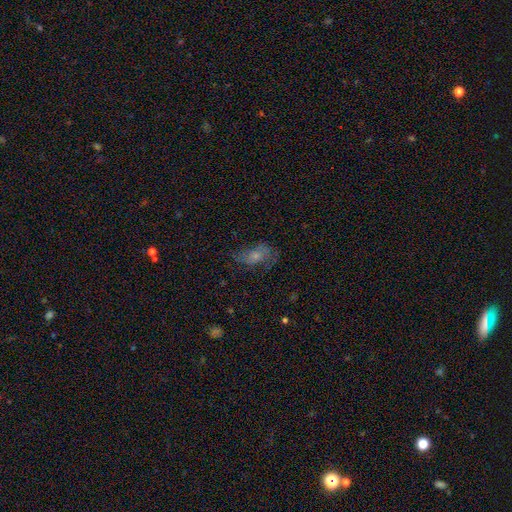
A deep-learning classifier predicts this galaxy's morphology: This appears to be a smooth galaxy with no disk features (57%) that is in between round and cigar-shaped (85%). Merging: none (48%).